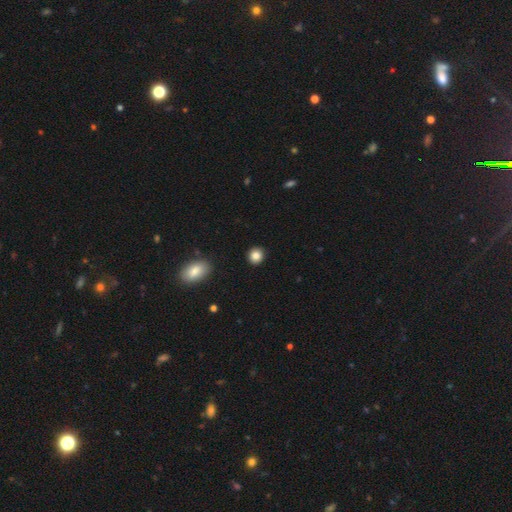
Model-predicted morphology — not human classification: A smooth galaxy with no disk features (85%) that is round (84%).

Vote fractions:
- Smooth or featured? smooth: 85% / star or artifact: 9% / featured or disk: 6%
- How rounded? round: 84% / in between: 15% / cigar-shaped: 1%
- Merging? none: 91% / minor disturbance: 6% / major disturbance: 2% / merger: 1%